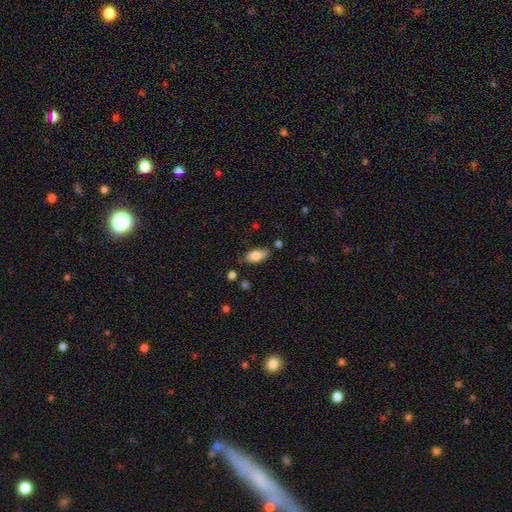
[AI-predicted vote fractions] This appears to be a smooth galaxy with no disk features (83%) that is in between round and cigar-shaped (91%). Merging: none (80%).